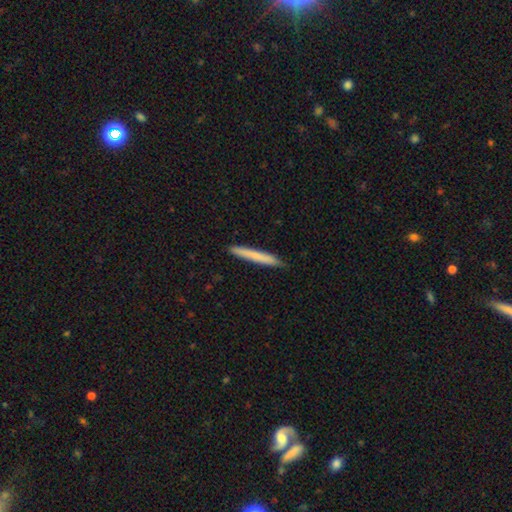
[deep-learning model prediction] Overall: smooth (73%). How rounded: cigar-shaped (97%). Merging: none (89%).